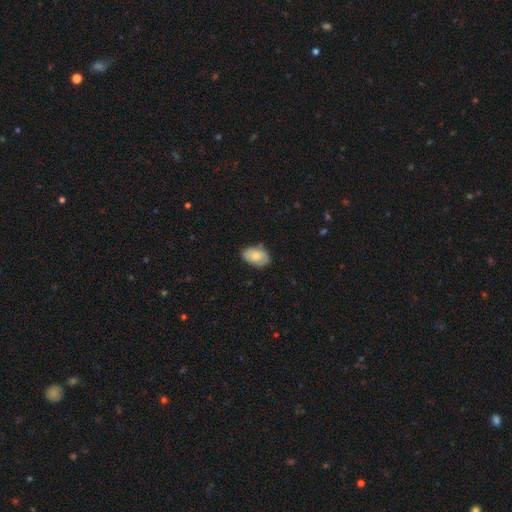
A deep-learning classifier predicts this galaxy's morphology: type=smooth (68%); roundness=in between (89%); merging=none (73%).